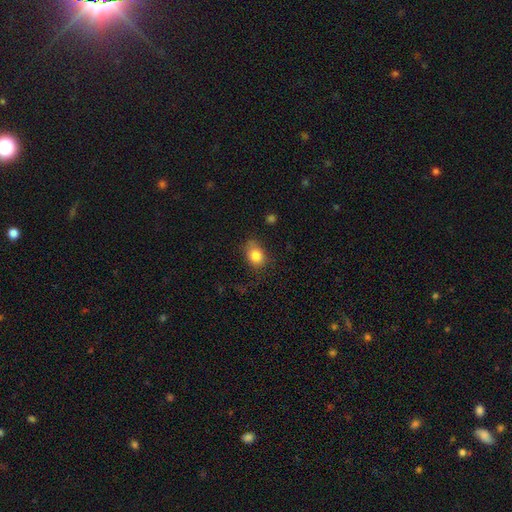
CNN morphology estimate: This appears to be a smooth galaxy with no disk features (83%) that is in between round and cigar-shaped (58%). Merging: none (65%).